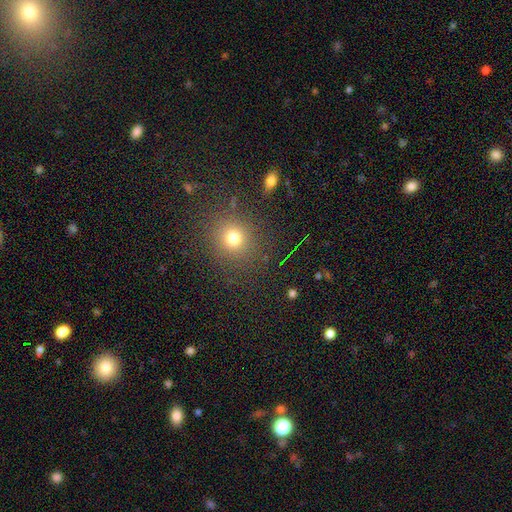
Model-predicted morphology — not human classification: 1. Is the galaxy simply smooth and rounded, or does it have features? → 61% smooth, 32% star or artifact, 7% featured or disk.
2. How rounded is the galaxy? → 87% round, 12% in between, 1% cigar-shaped.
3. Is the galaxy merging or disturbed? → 88% none, 7% minor disturbance, 3% major disturbance, 2% merger.